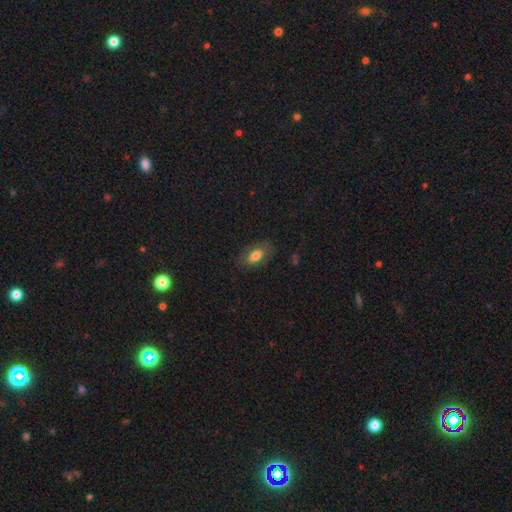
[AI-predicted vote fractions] A smooth galaxy with no disk features (73%) that is in between round and cigar-shaped (89%). Merging: none (78%).